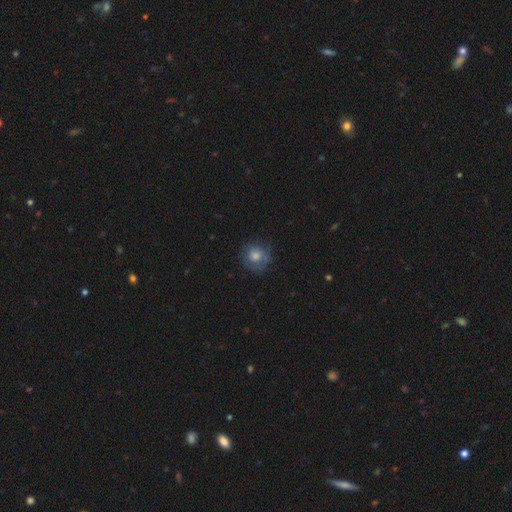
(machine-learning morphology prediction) Smooth or featured? smooth (72%)
How rounded? round (85%)
Merging? none (69%)